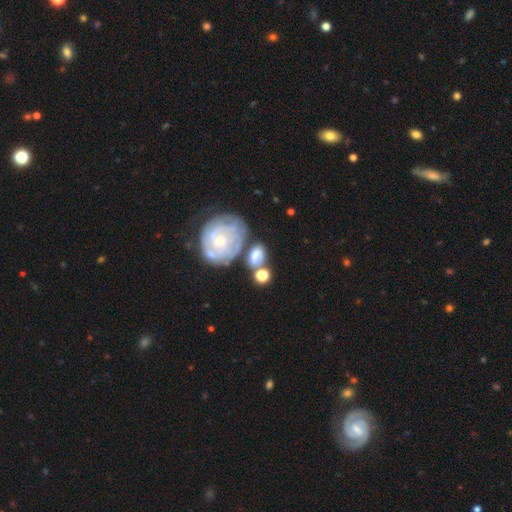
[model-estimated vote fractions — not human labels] This appears to be a smooth galaxy with no disk features (50%) that is in between round and cigar-shaped (68%). Merging: none (43%).